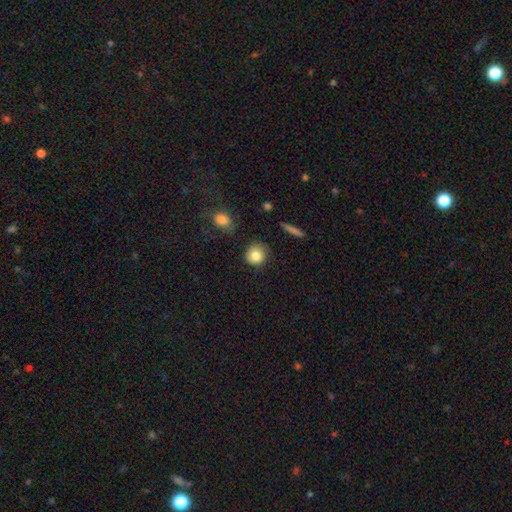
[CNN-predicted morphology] smooth_or_featured: smooth (p=0.82) [alt: star or artifact p=0.09]
how_rounded: round (p=0.88) [alt: in between p=0.11]
merging: none (p=0.80) [alt: minor disturbance p=0.14]